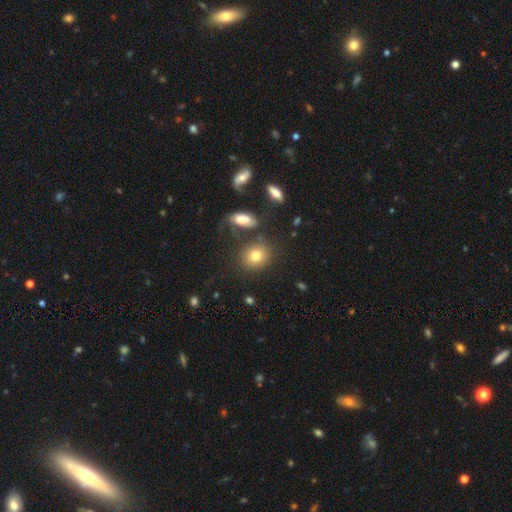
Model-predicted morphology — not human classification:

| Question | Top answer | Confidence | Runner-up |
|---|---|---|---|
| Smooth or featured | smooth | 77% | star or artifact (12%) |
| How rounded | round | 64% | in between (34%) |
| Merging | none | 70% | minor disturbance (13%) |